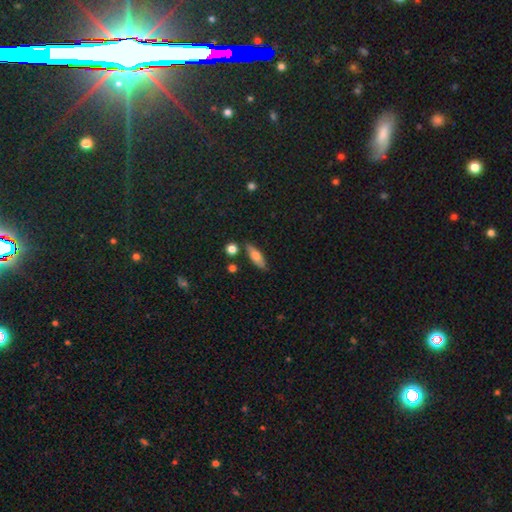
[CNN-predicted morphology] Smooth or featured? smooth (69%)
How rounded? in between (50%)
Merging? none (80%)